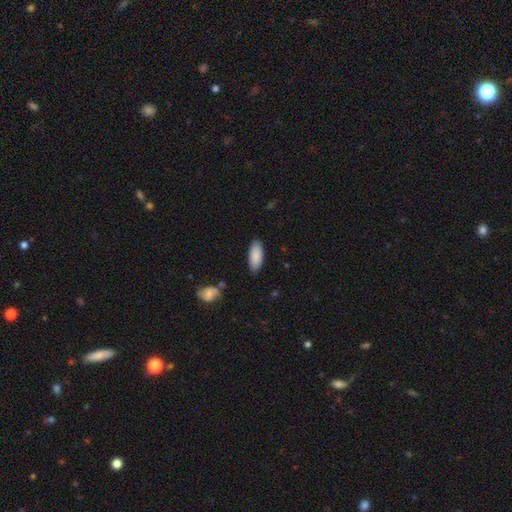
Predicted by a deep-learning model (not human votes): smooth_or_featured: smooth (p=0.89) [alt: star or artifact p=0.06]
how_rounded: in between (p=0.83) [alt: cigar-shaped p=0.16]
merging: none (p=0.84) [alt: minor disturbance p=0.12]